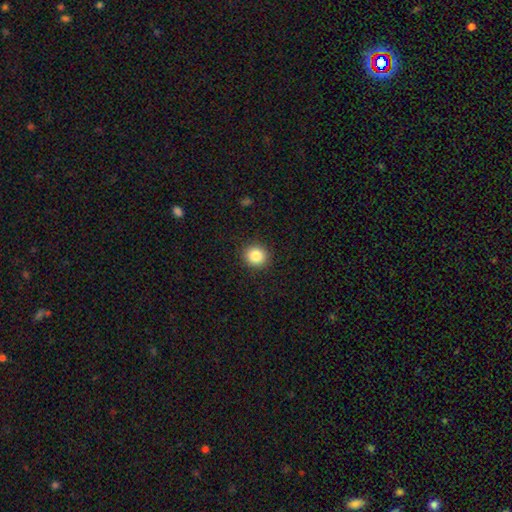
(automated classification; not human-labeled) Overall: smooth (85%). How rounded: round (89%). Merging: none (91%).